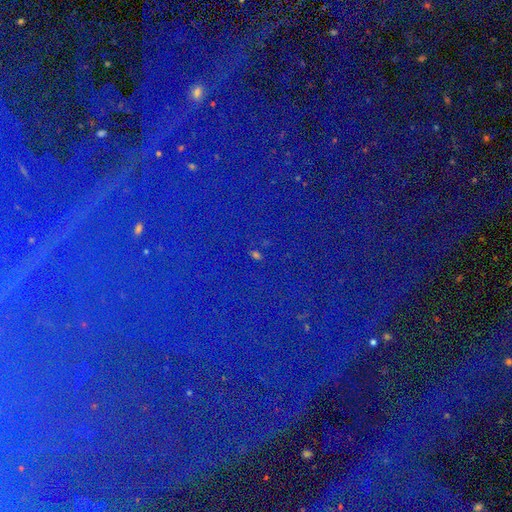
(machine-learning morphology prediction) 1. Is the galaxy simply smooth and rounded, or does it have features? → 88% star or artifact, 6% featured or disk, 6% smooth.